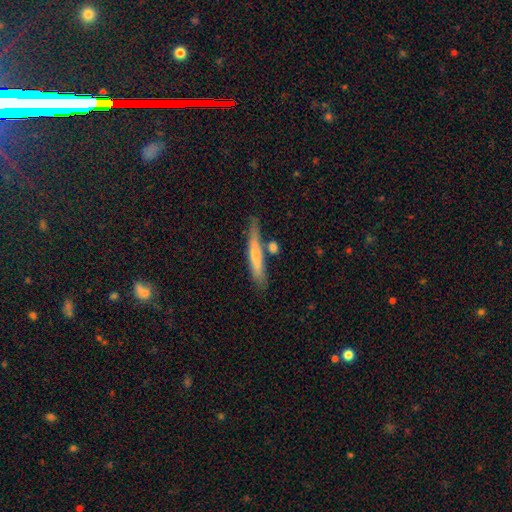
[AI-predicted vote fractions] A smooth galaxy with no disk features (59%) that is cigar-shaped (92%). Merging: none (68%).